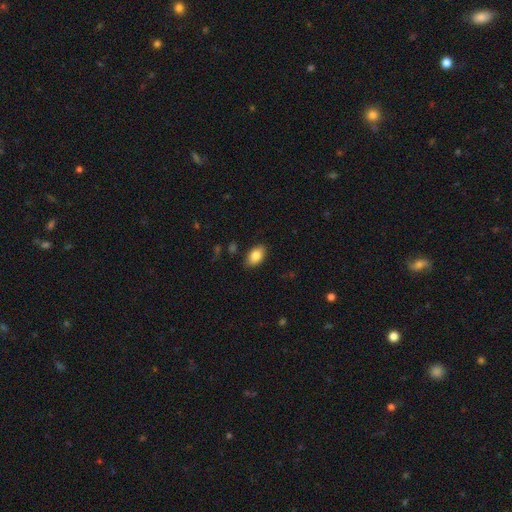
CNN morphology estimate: Q: Smooth or featured?
A: smooth (84%); runner-up: featured or disk (9%)
Q: How rounded?
A: in between (91%); runner-up: round (7%)
Q: Merging?
A: none (86%); runner-up: minor disturbance (10%)